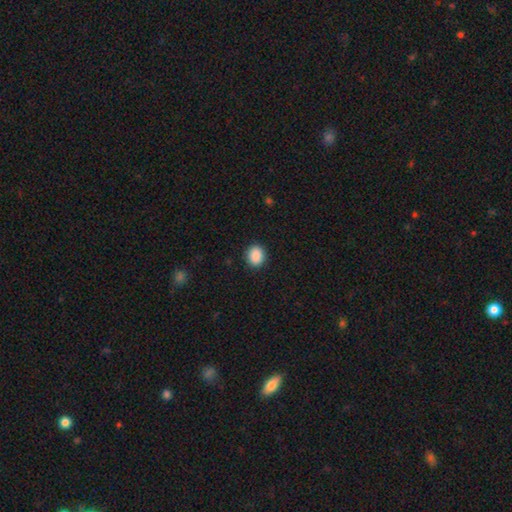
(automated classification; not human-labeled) Overall: smooth (90%). How rounded: round (64%; in between 35%). Merging: none (91%).